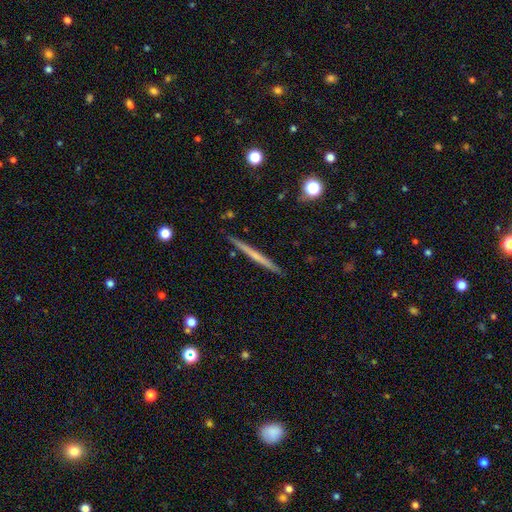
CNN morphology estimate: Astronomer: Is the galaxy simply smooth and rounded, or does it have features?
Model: featured or disk — 52% (runner-up: smooth, 42%).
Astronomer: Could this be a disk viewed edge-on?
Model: yes — 98%.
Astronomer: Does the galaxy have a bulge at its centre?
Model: none — 81%.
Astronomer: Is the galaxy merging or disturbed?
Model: none — 91%.